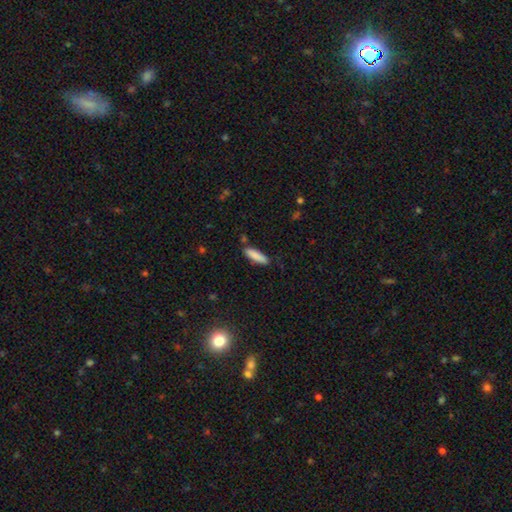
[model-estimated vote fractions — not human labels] Morphology: type=smooth (86%); roundness=cigar-shaped (65%); merging=none (83%).